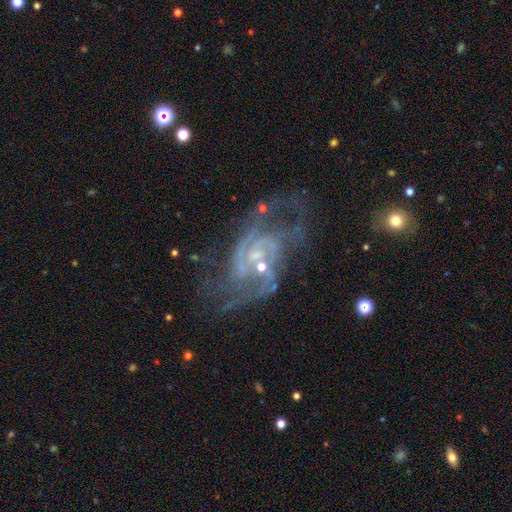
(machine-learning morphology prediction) smooth_or_featured: featured or disk (p=0.87) [alt: star or artifact p=0.07]
disk_edge_on: no (p=0.97) [alt: yes p=0.03]
bar: no (p=0.50) [alt: weak p=0.40]
has_spiral_arms: yes (p=0.95) [alt: no p=0.05]
spiral_winding: medium (p=0.50) [alt: tight p=0.32]
spiral_arm_count: 2 (p=0.54) [alt: can't tell p=0.17]
bulge_size: small (p=0.67) [alt: moderate p=0.22]
merging: none (p=0.50) [alt: major disturbance p=0.20]